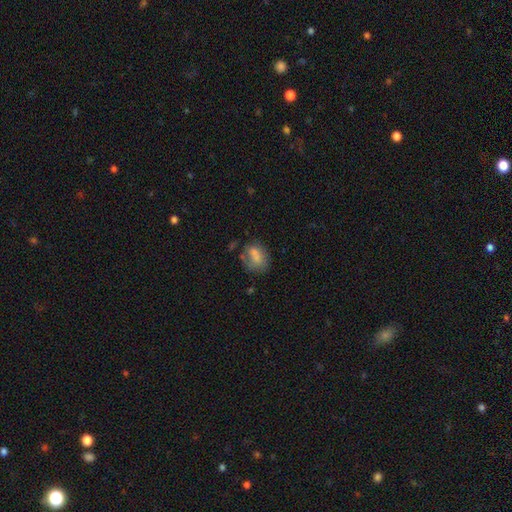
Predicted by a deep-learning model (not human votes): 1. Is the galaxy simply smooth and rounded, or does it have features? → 68% smooth, 22% featured or disk, 9% star or artifact.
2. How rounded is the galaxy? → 61% in between, 38% round, 2% cigar-shaped.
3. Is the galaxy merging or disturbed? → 45% none, 25% minor disturbance, 17% major disturbance, 14% merger.